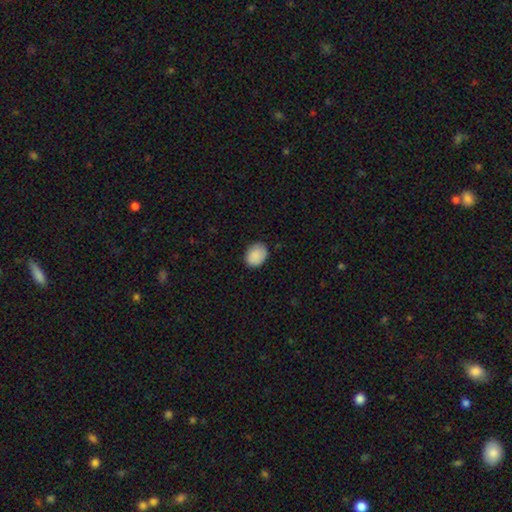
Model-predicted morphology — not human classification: The model was most divided on "how rounded": in between: 55%, round: 44%, cigar-shaped: 1%. More confident: smooth or featured — smooth (88%); merging — none (81%).